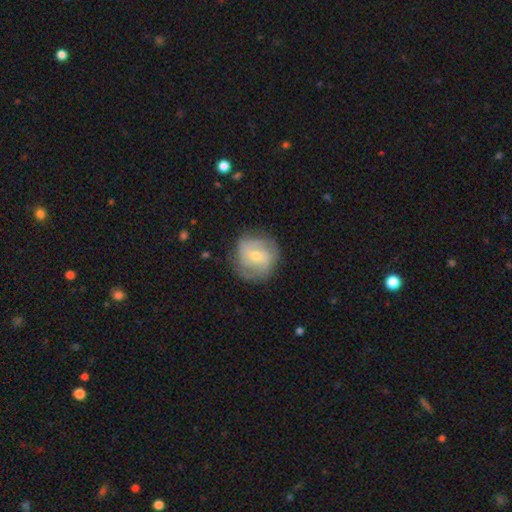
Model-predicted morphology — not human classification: A featured or disk galaxy (60%) with no bar (51%), spiral arms (80%) and a moderate central bulge (51%).

Vote fractions:
- Smooth or featured? featured or disk: 60% / smooth: 33% / star or artifact: 7%
- Edge-on disk? no: 97% / yes: 3%
- Bar? no: 51% / weak: 39% / strong: 10%
- Spiral arms? yes: 80% / no: 20%
- Bulge size? moderate: 51% / small: 45% / large: 2% / none: 1% / dominant: 1%
- Merging? none: 75% / minor disturbance: 17% / major disturbance: 7% / merger: 1%